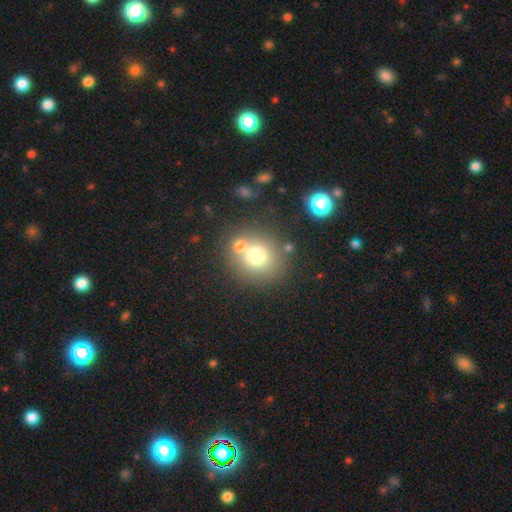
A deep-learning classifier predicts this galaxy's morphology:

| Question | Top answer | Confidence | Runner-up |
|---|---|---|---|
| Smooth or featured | smooth | 72% | featured or disk (15%) |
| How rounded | round | 83% | in between (16%) |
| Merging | none | 59% | merger (27%) |